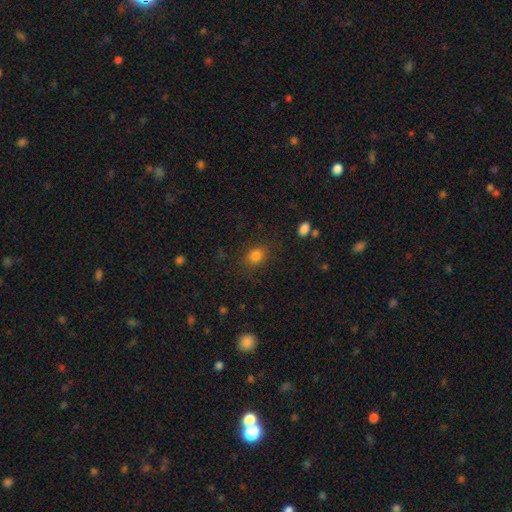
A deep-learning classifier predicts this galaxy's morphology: A smooth galaxy with no disk features (83%) that is in between round and cigar-shaped (51%). Merging: none (81%).